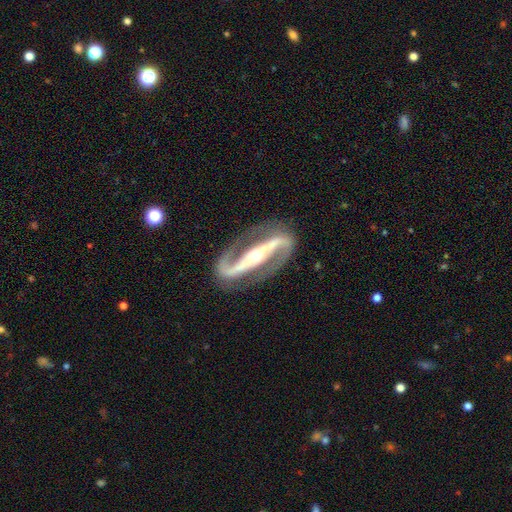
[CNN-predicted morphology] This appears to be a featured or disk galaxy (93%) with a strong bar (77%), 2 (94%) medium (48%) spiral arms (97%) and a moderate central bulge (48%). Merging: none (87%).